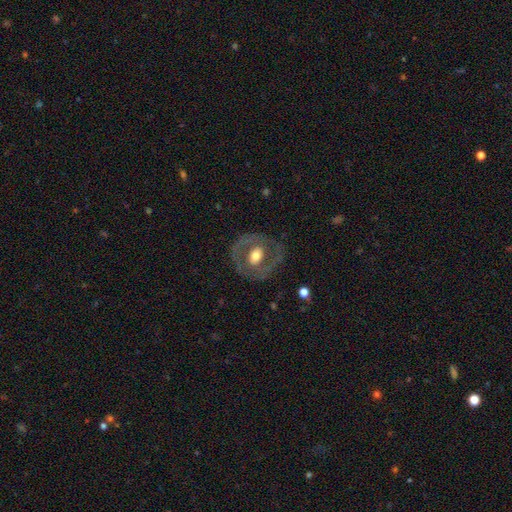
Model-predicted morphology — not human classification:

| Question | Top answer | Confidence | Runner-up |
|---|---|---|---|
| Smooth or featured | featured or disk | 59% | smooth (35%) |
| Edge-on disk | no | 95% | yes (5%) |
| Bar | no | 64% | weak (24%) |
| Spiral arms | no | 76% | yes (24%) |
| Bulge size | moderate | 63% | large (24%) |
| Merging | none | 77% | minor disturbance (13%) |